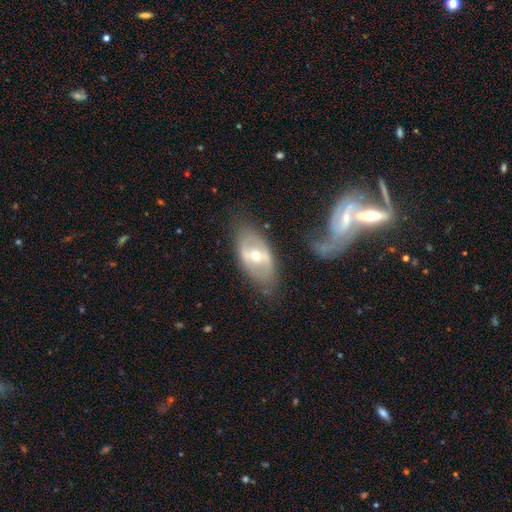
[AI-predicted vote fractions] This appears to be a featured or disk galaxy (70%) with a strong bar (43%), spiral arms (61%) and a moderate central bulge (56%). Merging: none (65%).